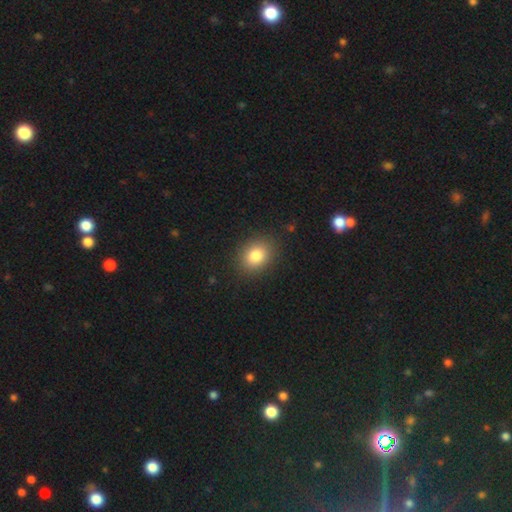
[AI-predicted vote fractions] Morphology: type=smooth (83%); roundness=round (50%); merging=none (87%).